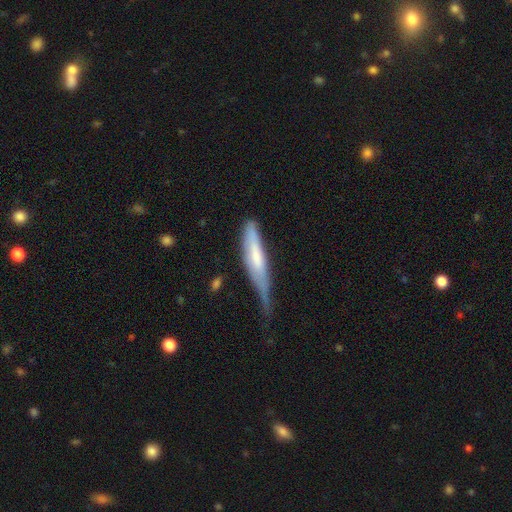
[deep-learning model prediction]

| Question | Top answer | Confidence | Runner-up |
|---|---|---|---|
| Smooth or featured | smooth | 59% | featured or disk (35%) |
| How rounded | cigar-shaped | 82% | in between (17%) |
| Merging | minor disturbance | 42% | major disturbance (28%) |